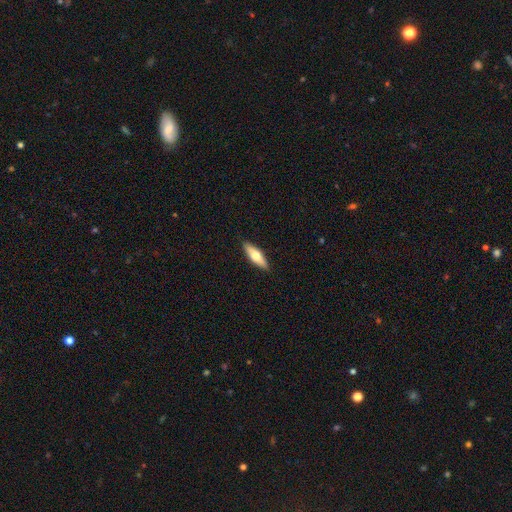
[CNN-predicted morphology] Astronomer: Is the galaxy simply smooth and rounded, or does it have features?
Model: smooth — 58% (runner-up: featured or disk, 37%).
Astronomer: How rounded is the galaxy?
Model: in between — 52% (runner-up: cigar-shaped, 46%).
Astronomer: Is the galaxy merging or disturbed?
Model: none — 90%.